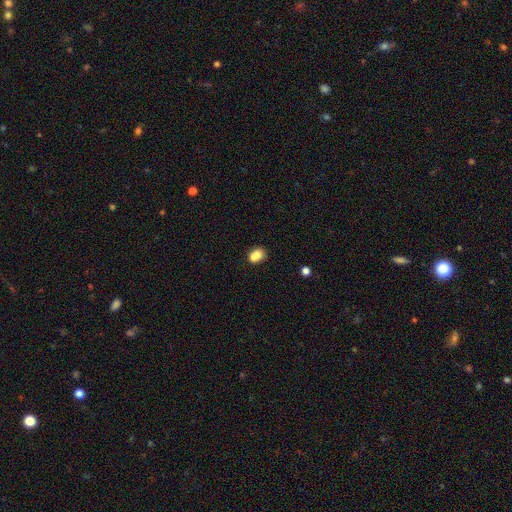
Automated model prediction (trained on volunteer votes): A smooth galaxy with no disk features (73%) that is round (59%).

Vote fractions:
- Smooth or featured? smooth: 73% / featured or disk: 16% / star or artifact: 11%
- How rounded? round: 59% / in between: 40% / cigar-shaped: 1%
- Merging? merger: 54% / none: 33% / minor disturbance: 9% / major disturbance: 4%